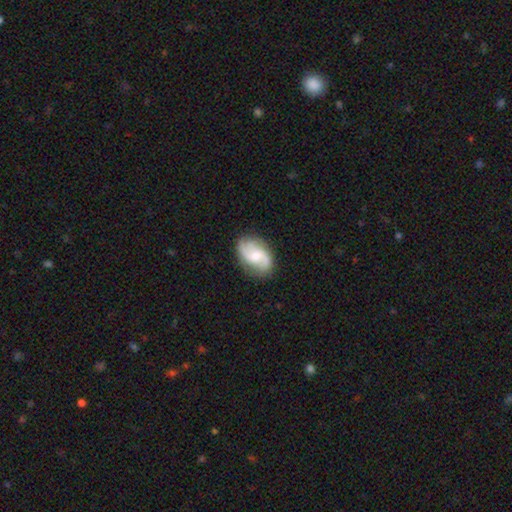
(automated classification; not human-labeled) The model was most divided on "bulge size": moderate: 49%, small: 41%, large: 5%, none: 4%, dominant: 1%. Remaining: edge-on disk — no (97%); spiral arms — yes (94%); spiral arm count — 2 (80%); merging — none (79%); smooth or featured — featured or disk (71%); bar — no (51%); spiral winding — loose (49%).